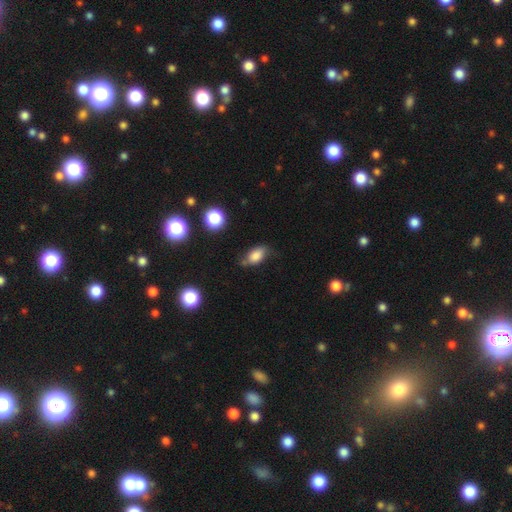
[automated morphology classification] The model was most divided on "merging": none: 57%, minor disturbance: 30%, major disturbance: 9%, merger: 4%. More confident: how rounded — in between (86%); smooth or featured — smooth (76%).